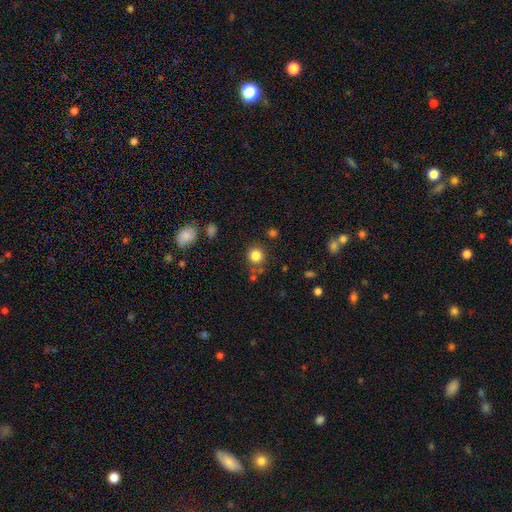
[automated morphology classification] smooth-or-featured: smooth: 83% | star or artifact: 12% | featured or disk: 6%
  how-rounded: round: 89% | in between: 10% | cigar-shaped: 1%
  merging: none: 76% | minor disturbance: 11% | merger: 8% | major disturbance: 4%